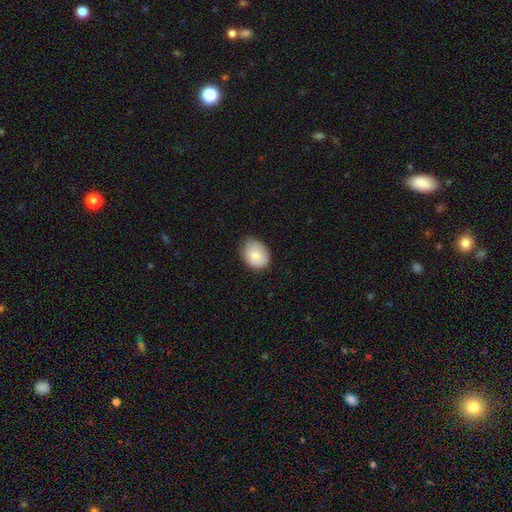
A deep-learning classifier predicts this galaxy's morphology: This appears to be a smooth galaxy with no disk features (80%) that is in between round and cigar-shaped (62%). Merging: none (69%).